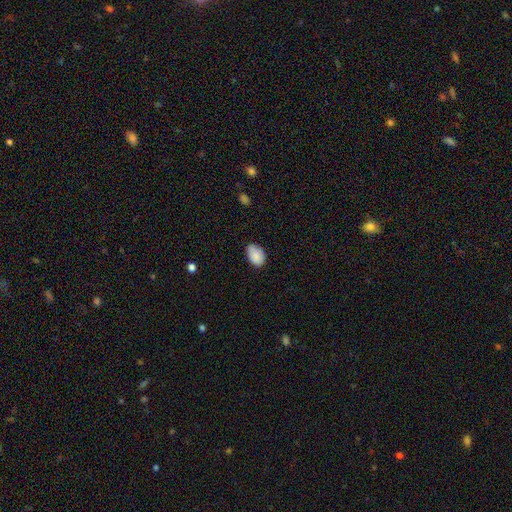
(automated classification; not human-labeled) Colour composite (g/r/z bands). It shows a smooth galaxy with no disk features (87%) that is in between round and cigar-shaped (84%). Merging: none (68%).